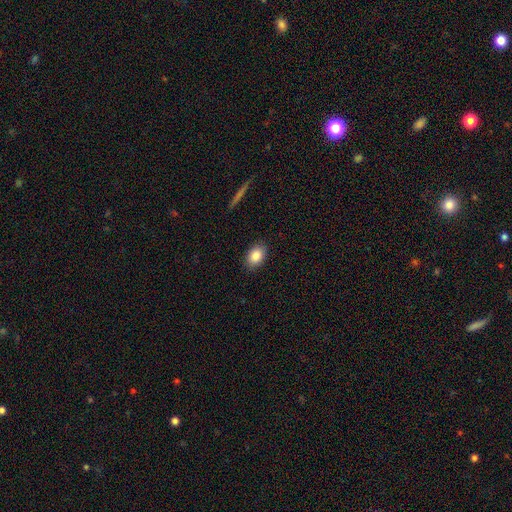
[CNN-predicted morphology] Smooth or featured? smooth (86%)
How rounded? in between (82%)
Merging? none (87%)